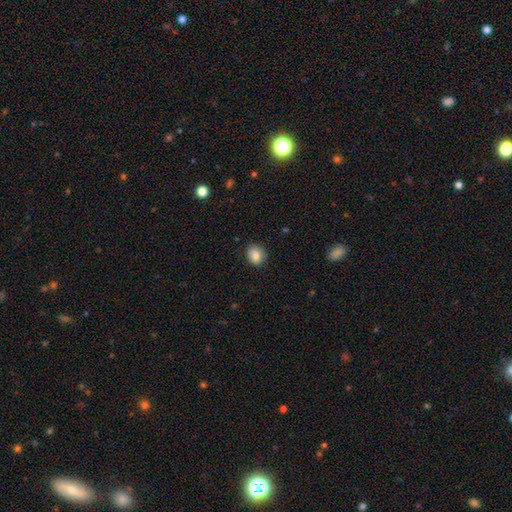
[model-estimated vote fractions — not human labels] smooth_or_featured: smooth (p=0.85) [alt: star or artifact p=0.09]
how_rounded: round (p=0.67) [alt: in between p=0.32]
merging: none (p=0.86) [alt: minor disturbance p=0.11]